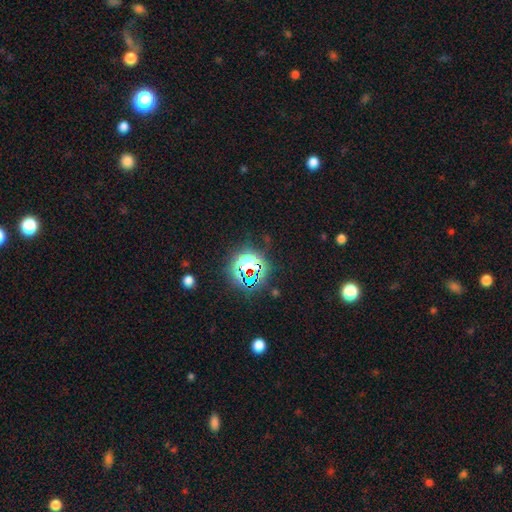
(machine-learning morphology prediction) star or artifact 75%, smooth 16%, featured or disk 9%.